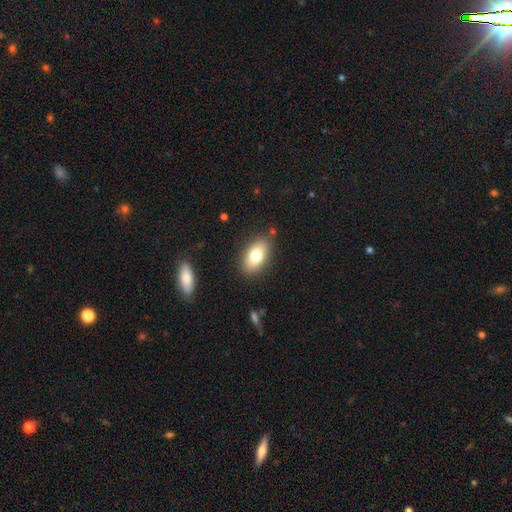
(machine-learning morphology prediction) Overall: smooth (76%). How rounded: in between (90%). Merging: none (83%).